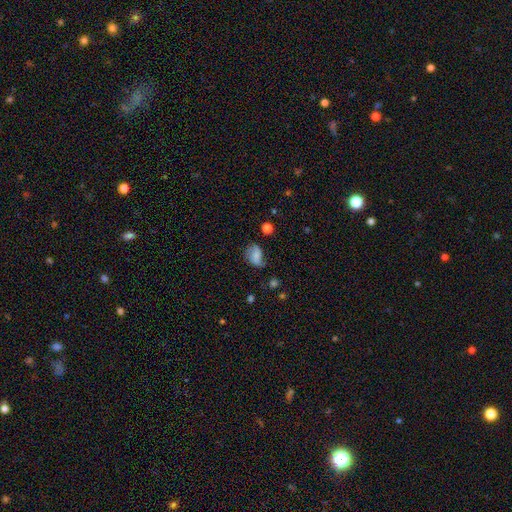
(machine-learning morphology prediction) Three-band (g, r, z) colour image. It shows a smooth galaxy with no disk features (65%) that is in between round and cigar-shaped (77%). Merging: none (44%).